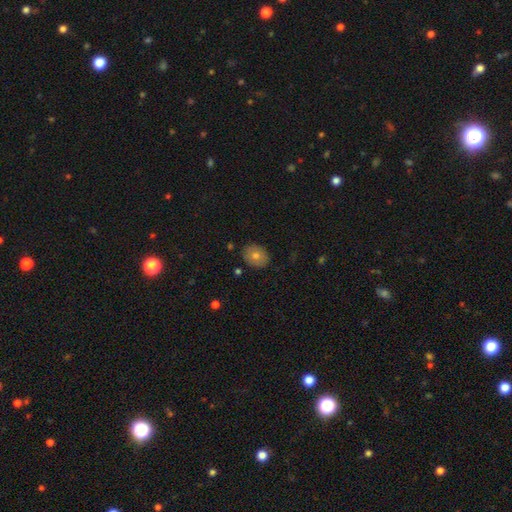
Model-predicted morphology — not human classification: This is likely a smooth galaxy (70%). How rounded: possibly in between (59%). Merging: clearly none (86%).